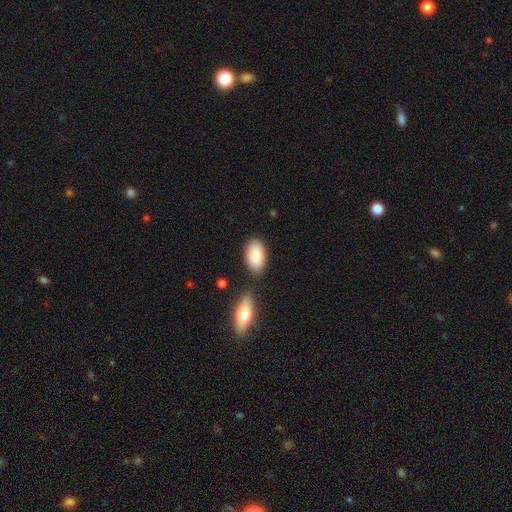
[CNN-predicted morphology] The model was most divided on "merging": none: 75%, minor disturbance: 12%, merger: 10%, major disturbance: 3%. More confident: how rounded — in between (94%); smooth or featured — smooth (84%).